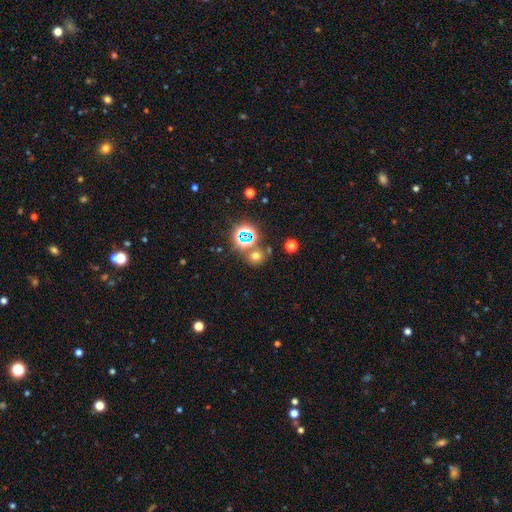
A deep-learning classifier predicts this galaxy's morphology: The model was most divided on "smooth or featured": smooth: 55%, star or artifact: 37%, featured or disk: 8%. More confident: how rounded — round (82%); merging — none (71%).